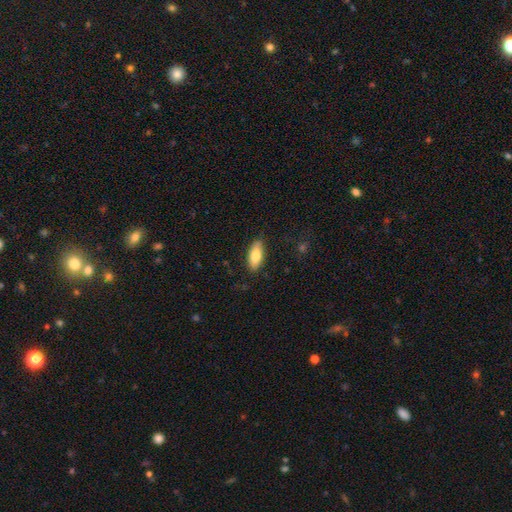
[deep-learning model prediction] This is likely a smooth galaxy (78%). How rounded: likely in between (80%). Merging: clearly none (86%).